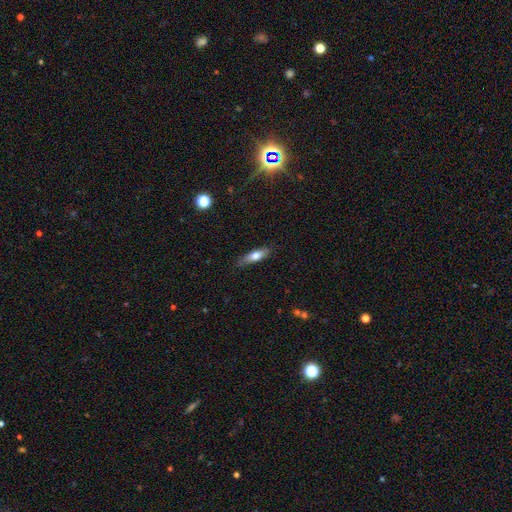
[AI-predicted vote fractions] A smooth galaxy with no disk features (67%) that is cigar-shaped (53%).

Vote fractions:
- Smooth or featured? smooth: 67% / featured or disk: 26% / star or artifact: 7%
- How rounded? cigar-shaped: 53% / in between: 44% / round: 3%
- Merging? none: 80% / minor disturbance: 16% / major disturbance: 3% / merger: 1%